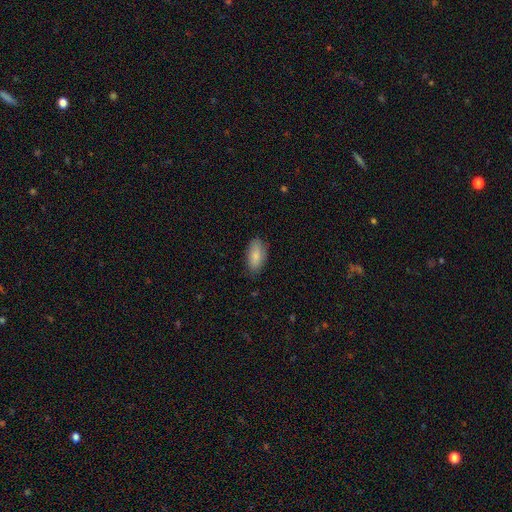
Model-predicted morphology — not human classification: type=smooth (85%); roundness=in between (92%); merging=none (81%).